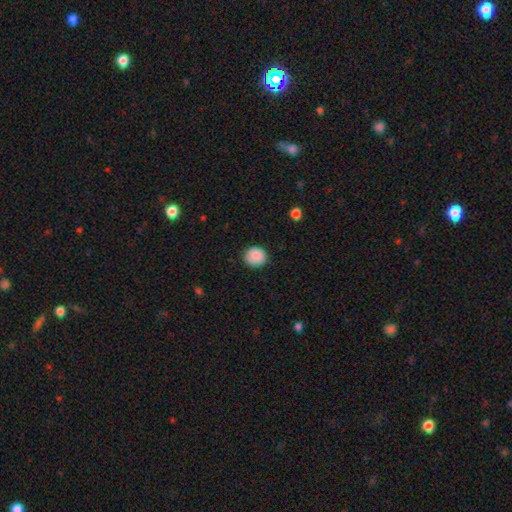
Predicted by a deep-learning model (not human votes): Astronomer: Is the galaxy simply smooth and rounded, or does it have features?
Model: smooth — 88%.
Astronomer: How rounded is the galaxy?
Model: round — 83%.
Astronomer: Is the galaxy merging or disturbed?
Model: none — 86%.